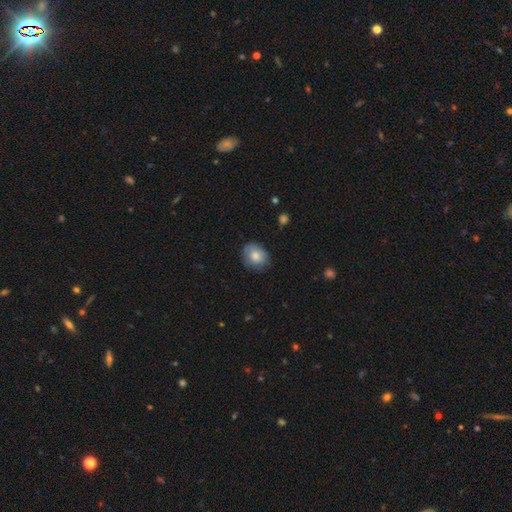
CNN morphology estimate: A smooth galaxy with no disk features (78%) that is round (56%).

Vote fractions:
- Smooth or featured? smooth: 78% / featured or disk: 14% / star or artifact: 8%
- How rounded? round: 56% / in between: 43% / cigar-shaped: 1%
- Merging? none: 73% / minor disturbance: 21% / major disturbance: 4% / merger: 1%